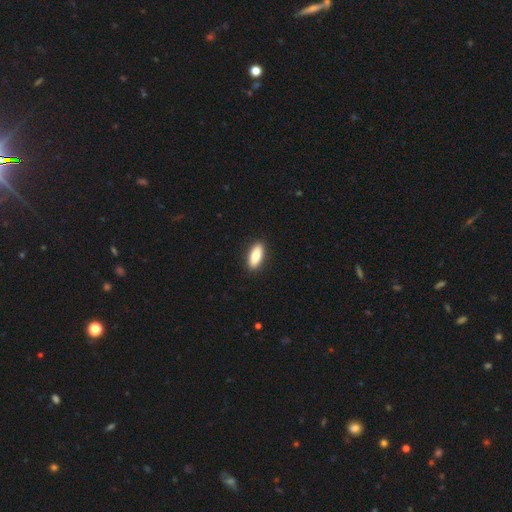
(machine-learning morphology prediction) The model was most divided on "how rounded": in between: 82%, cigar-shaped: 15%, round: 3%. More confident: merging — none (90%); smooth or featured — smooth (81%).